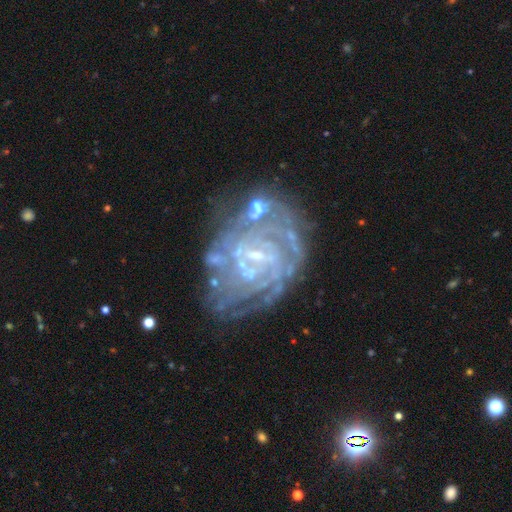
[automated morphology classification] Smooth or featured?
  - featured or disk: 84% *
  - star or artifact: 9%
  - smooth: 7%
Edge-on disk?
  - no: 97% *
  - yes: 3%
Bar?
  - weak: 47% *
  - no: 33%
  - strong: 20%
Spiral arms?
  - yes: 87% *
  - no: 13%
Spiral winding?
  - tight: 69% *
  - medium: 24%
  - loose: 7%
Spiral arm count?
  - can't tell: 45% *
  - 2: 16%
  - 3: 13%
  - 4: 11%
  - more than 4: 9%
  - 1: 6%
Bulge size?
  - small: 68% *
  - none: 15%
  - moderate: 14%
  - large: 2%
  - dominant: 1%
Merging?
  - none: 58% *
  - minor disturbance: 20%
  - major disturbance: 14%
  - merger: 8%